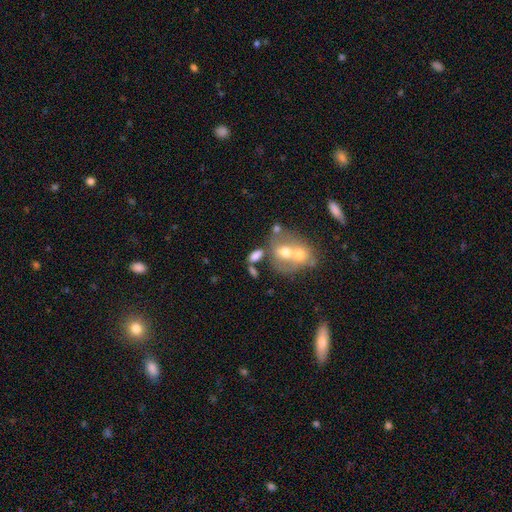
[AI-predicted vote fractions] Smooth or featured? smooth (66%)
How rounded? in between (82%)
Merging? merger (46%)